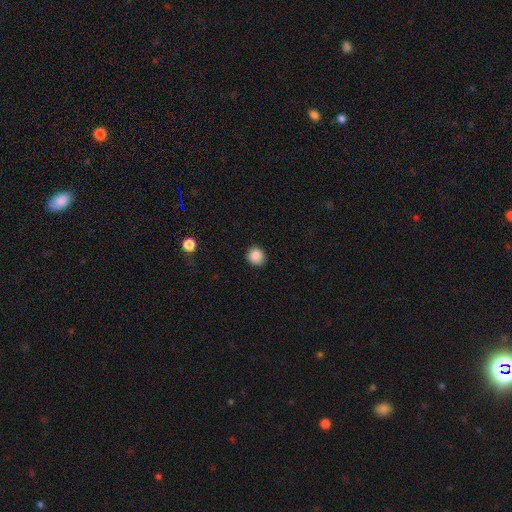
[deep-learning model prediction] Smooth or featured: smooth — 88% (star or artifact — 9%)
How rounded: round — 88% (in between — 11%)
Merging: none — 88% (minor disturbance — 9%)